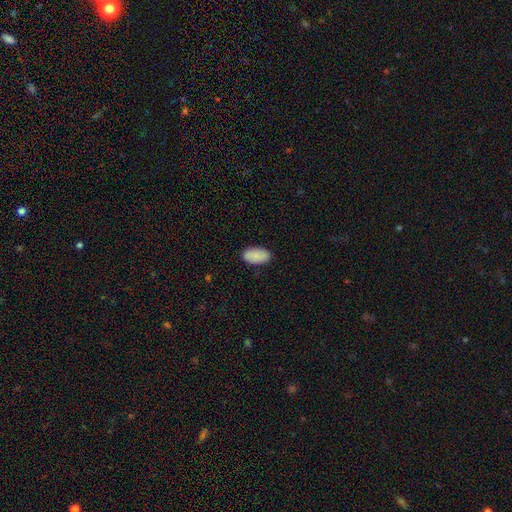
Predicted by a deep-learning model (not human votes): This is clearly a smooth galaxy (87%). How rounded: clearly in between (95%). Merging: clearly none (87%).